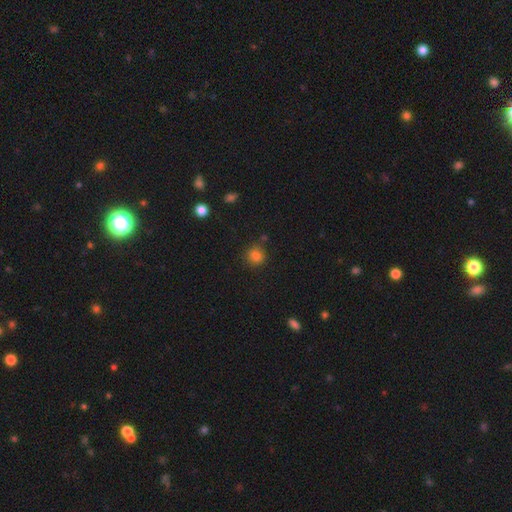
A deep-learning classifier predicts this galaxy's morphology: Overall: smooth (82%). How rounded: round (85%). Merging: none (79%).